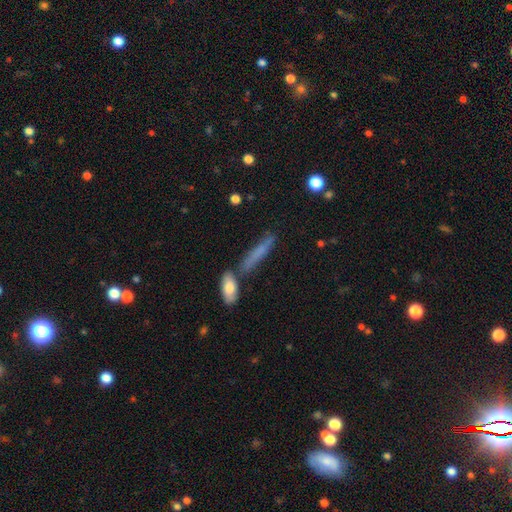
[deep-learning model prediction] Q: Smooth or featured?
A: smooth (67%); runner-up: featured or disk (25%)
Q: How rounded?
A: cigar-shaped (86%); runner-up: in between (11%)
Q: Merging?
A: none (68%); runner-up: minor disturbance (15%)